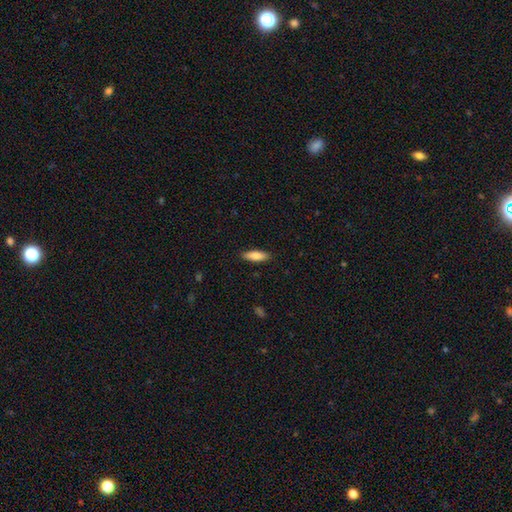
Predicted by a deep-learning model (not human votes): The model was most divided on "how rounded": in between: 54%, cigar-shaped: 44%, round: 2%. More confident: merging — none (89%); smooth or featured — smooth (82%).